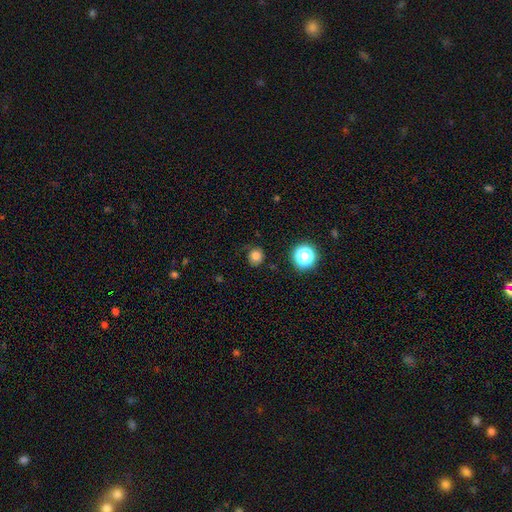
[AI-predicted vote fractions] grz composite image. It shows a smooth galaxy with no disk features (79%) that is round (90%). Merging: none (79%).